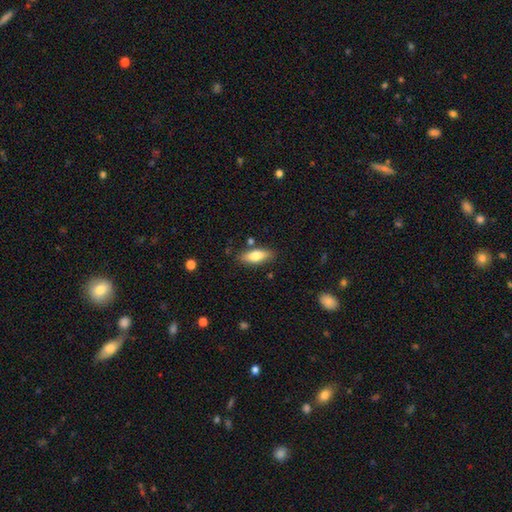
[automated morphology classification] This appears to be a smooth galaxy with no disk features (77%) that is in between round and cigar-shaped (73%). Merging: none (81%).